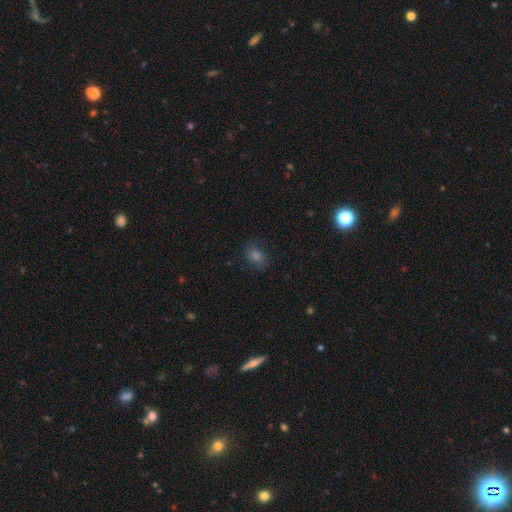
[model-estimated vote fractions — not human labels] The model was most divided on "how rounded": in between: 54%, round: 45%, cigar-shaped: 2%. More confident: merging — none (78%); smooth or featured — smooth (57%).